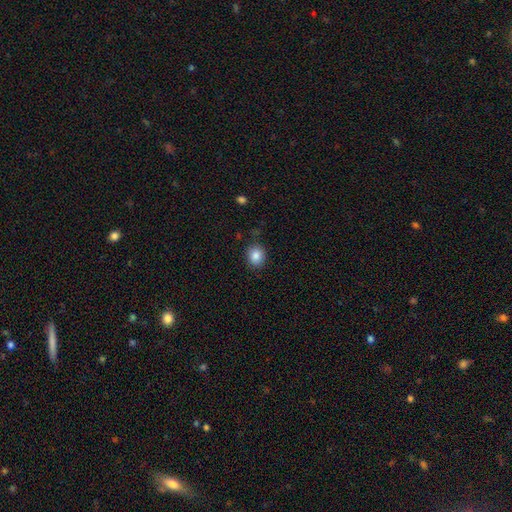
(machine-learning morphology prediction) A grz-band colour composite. It shows a smooth galaxy with no disk features (86%) that is round (67%). Merging: none (84%).